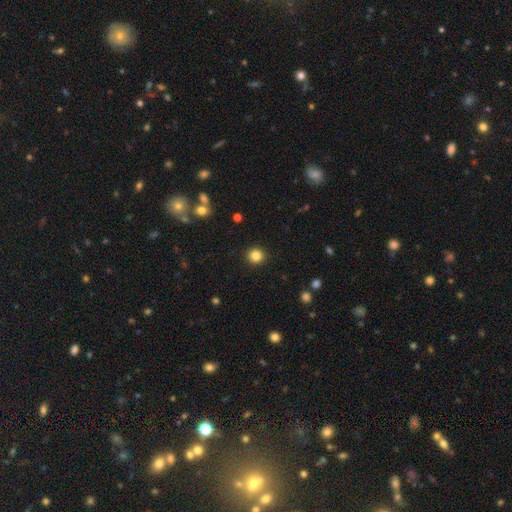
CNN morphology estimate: This appears to be a smooth galaxy with no disk features (84%) that is round (93%). Merging: none (93%).